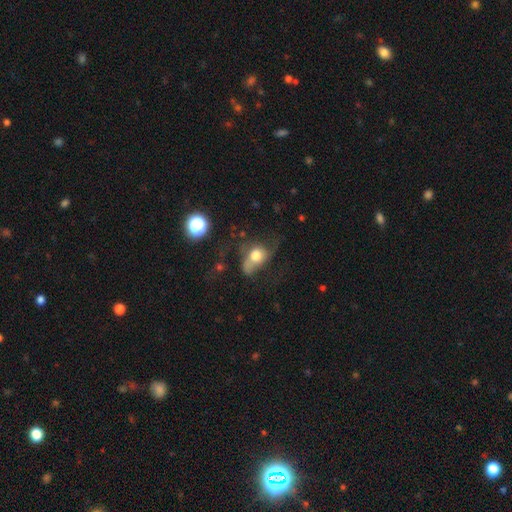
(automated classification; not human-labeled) smooth 55%, featured or disk 34%, star or artifact 11%. Down the decision tree: how rounded — in between (56%); merging — major disturbance (41%).